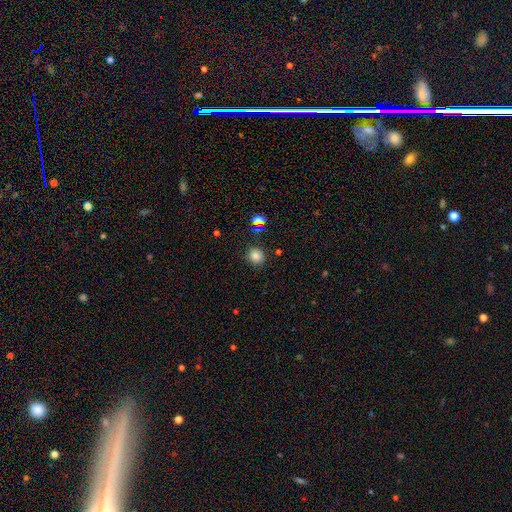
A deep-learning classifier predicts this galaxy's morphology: smooth 82%, star or artifact 13%, featured or disk 5%. Down the decision tree: how rounded — round (88%); merging — none (87%).